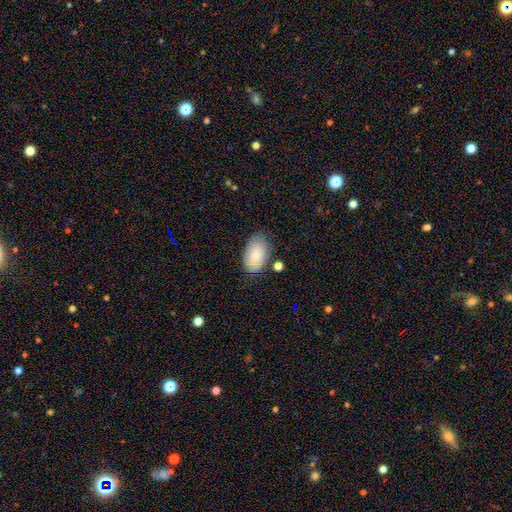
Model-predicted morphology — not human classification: A smooth galaxy with no disk features (71%) that is in between round and cigar-shaped (91%).

Vote fractions:
- Smooth or featured? smooth: 71% / featured or disk: 21% / star or artifact: 8%
- How rounded? in between: 91% / round: 7% / cigar-shaped: 1%
- Merging? none: 70% / minor disturbance: 20% / major disturbance: 5% / merger: 4%